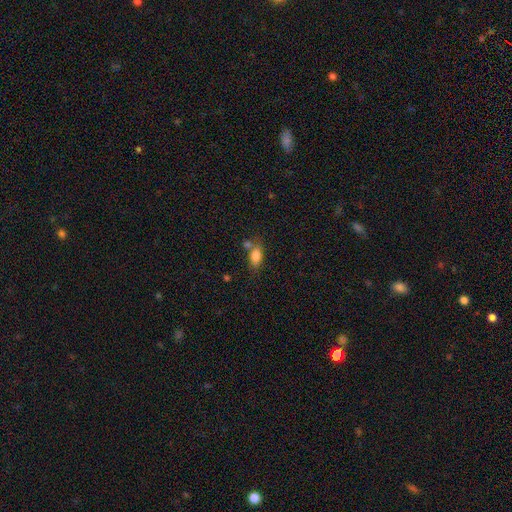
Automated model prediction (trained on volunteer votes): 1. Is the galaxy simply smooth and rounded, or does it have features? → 81% smooth, 10% featured or disk, 9% star or artifact.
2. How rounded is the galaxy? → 84% in between, 8% cigar-shaped, 8% round.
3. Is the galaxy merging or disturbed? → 54% none, 24% merger, 16% minor disturbance, 6% major disturbance.